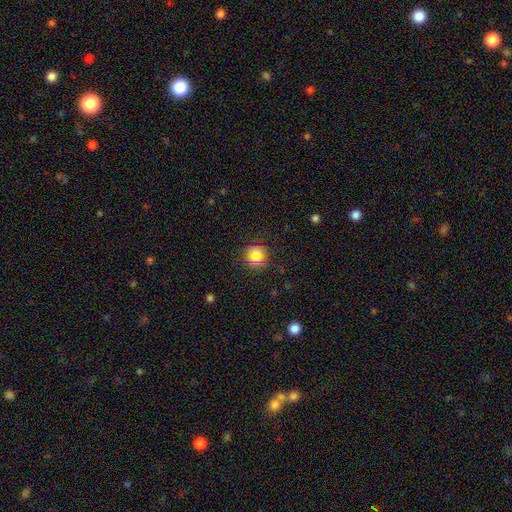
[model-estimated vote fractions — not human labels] Morphology: type=smooth (54%); roundness=round (84%); merging=none (83%).